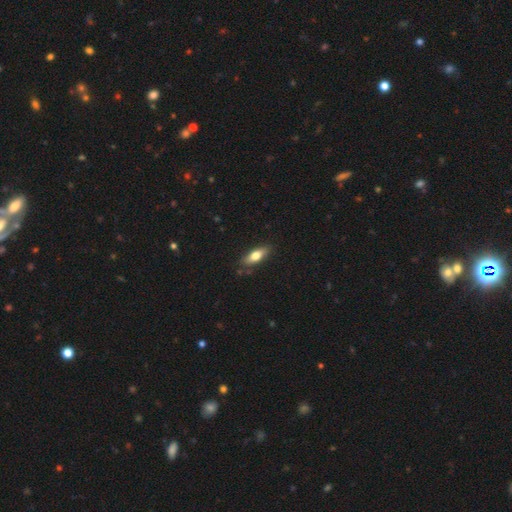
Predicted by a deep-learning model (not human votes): This appears to be a smooth galaxy with no disk features (69%) that is in between round and cigar-shaped (66%). Merging: none (83%).